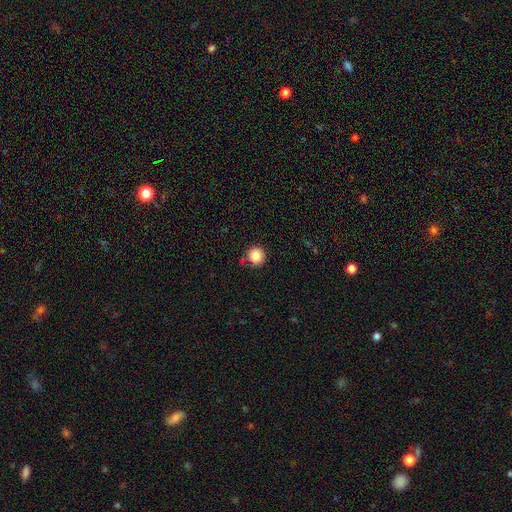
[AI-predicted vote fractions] Morphology: type=smooth (85%); roundness=round (94%); merging=none (83%).